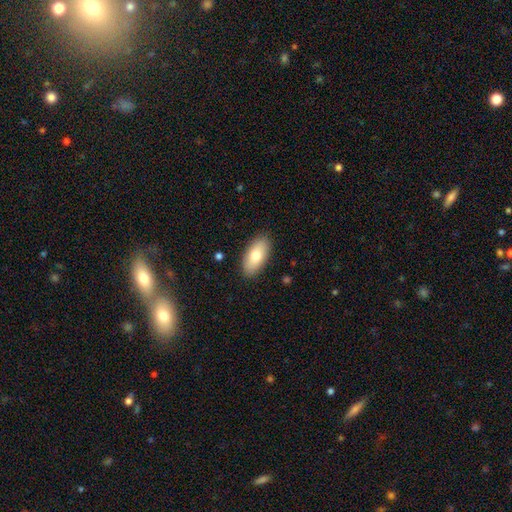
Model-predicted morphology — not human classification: Smooth or featured? smooth (75%)
How rounded? in between (91%)
Merging? none (88%)